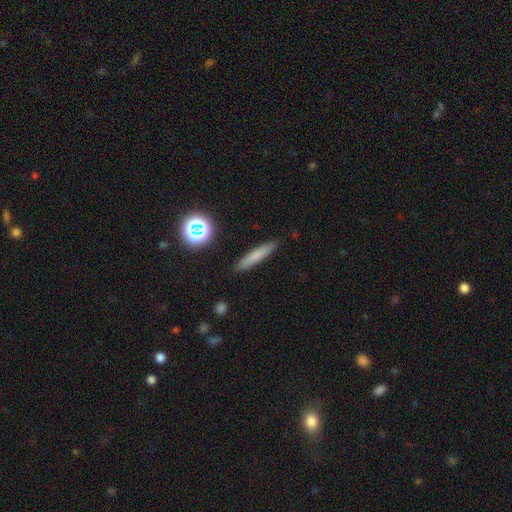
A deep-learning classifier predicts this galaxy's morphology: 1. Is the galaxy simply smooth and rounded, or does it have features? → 73% smooth, 17% featured or disk, 10% star or artifact.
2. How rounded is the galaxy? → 91% cigar-shaped, 7% in between, 2% round.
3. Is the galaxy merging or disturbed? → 89% none, 7% minor disturbance, 2% major disturbance, 1% merger.